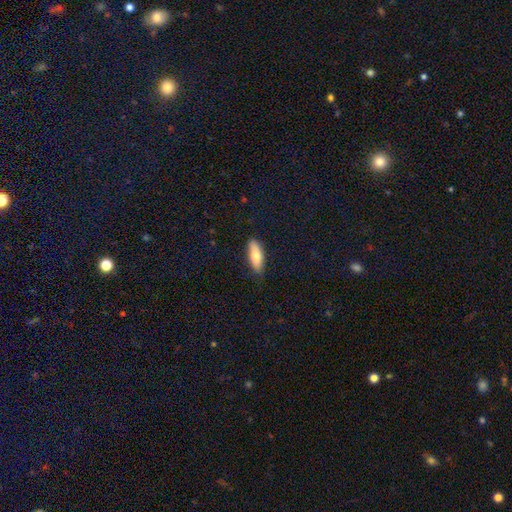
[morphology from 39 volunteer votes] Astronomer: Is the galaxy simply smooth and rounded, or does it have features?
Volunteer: smooth — 79%.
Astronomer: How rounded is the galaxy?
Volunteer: cigar-shaped — 68%.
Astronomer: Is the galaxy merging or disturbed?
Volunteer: none — 89%.